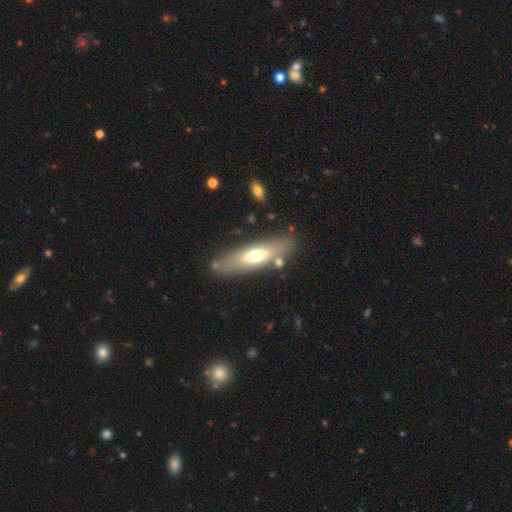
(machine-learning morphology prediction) Smooth or featured? Predicted: smooth (p=0.50). How rounded? Predicted: cigar-shaped (p=0.51). Merging? Predicted: none (p=0.78).